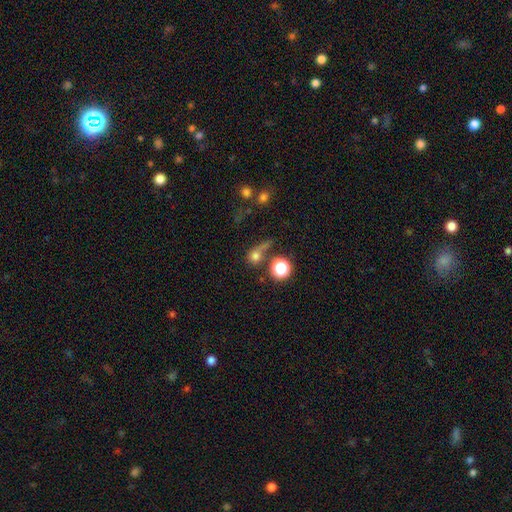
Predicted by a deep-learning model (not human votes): A smooth galaxy with no disk features (71%) that is round (81%). Merging: none (47%).